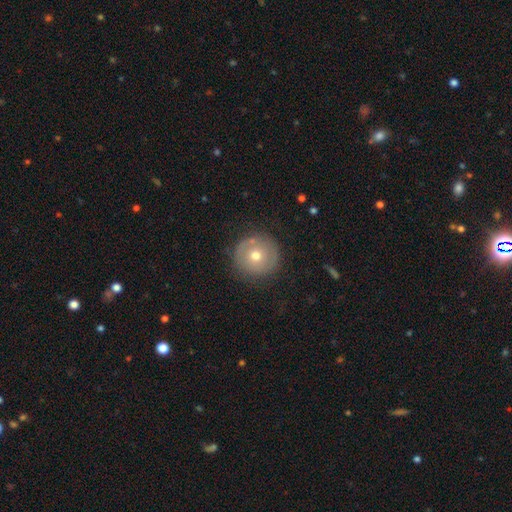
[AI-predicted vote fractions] Morphology: type=smooth (57%); roundness=round (95%); merging=none (83%).